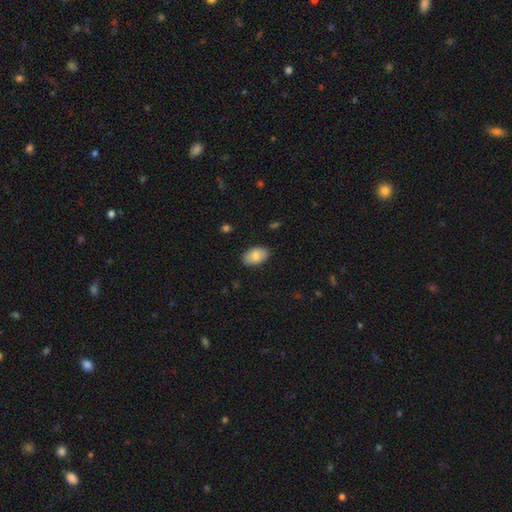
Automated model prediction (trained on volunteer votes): Overall: smooth (81%). How rounded: in between (93%). Merging: none (86%).